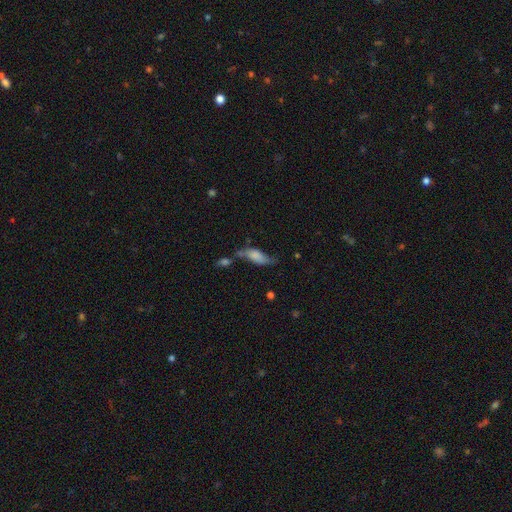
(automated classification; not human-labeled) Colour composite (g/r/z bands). It shows a smooth galaxy with no disk features (66%) that is in between round and cigar-shaped (74%). Merging: none (32%).